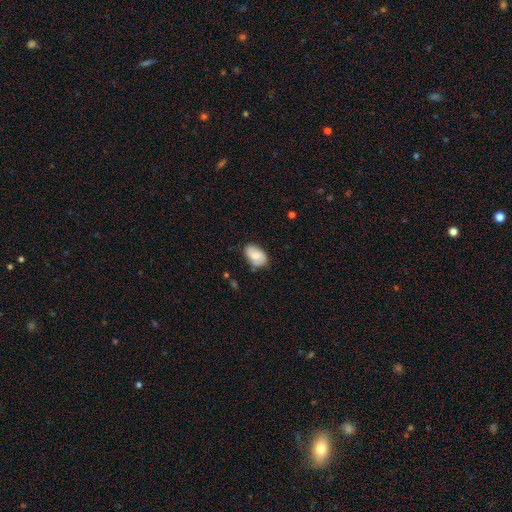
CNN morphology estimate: Smooth or featured? smooth (69%)
How rounded? in between (90%)
Merging? none (67%)